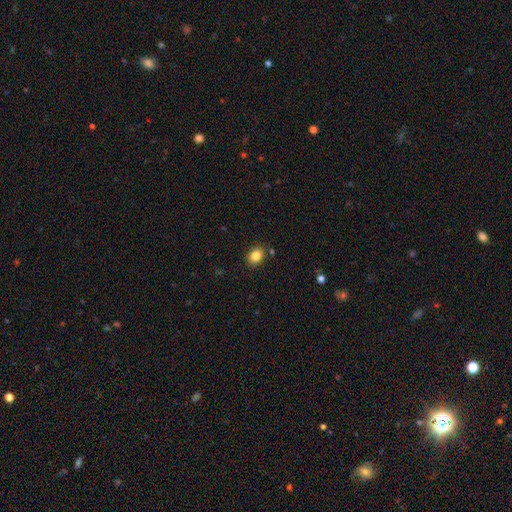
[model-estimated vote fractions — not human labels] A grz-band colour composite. It shows a smooth galaxy with no disk features (84%) that is in between round and cigar-shaped (50%). Merging: none (86%).